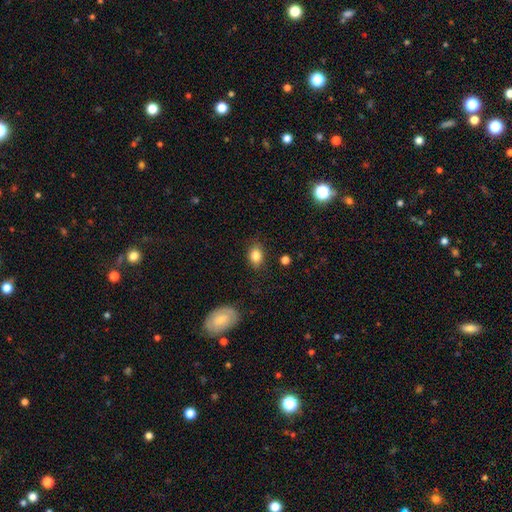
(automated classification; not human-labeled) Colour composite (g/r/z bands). It shows a smooth galaxy with no disk features (83%) that is in between round and cigar-shaped (71%). Merging: none (81%).